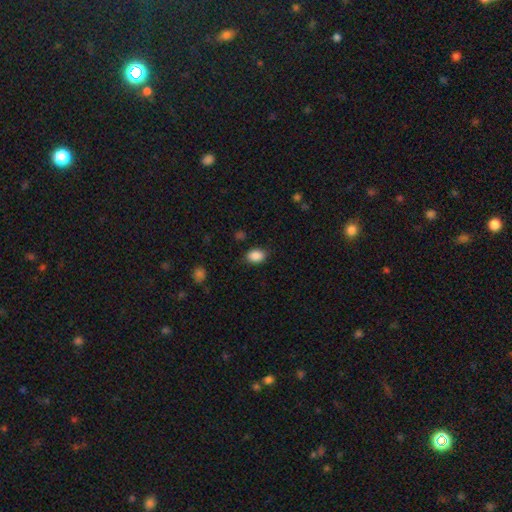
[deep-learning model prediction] Smooth or featured? Predicted: smooth (p=0.88). How rounded? Predicted: in between (p=0.77). Merging? Predicted: none (p=0.84).